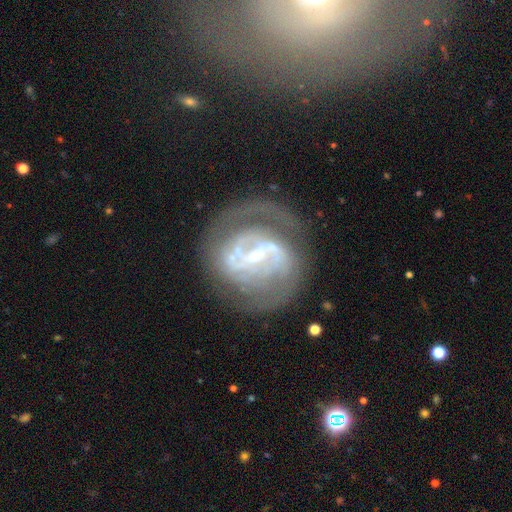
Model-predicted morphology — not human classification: featured or disk 85%, smooth 8%, star or artifact 7%. Down the decision tree: edge-on disk — no (97%); bar — weak (41%); spiral arms — yes (89%); spiral arm count — 2 (46%); spiral winding — tight (52%); bulge size — small (61%); merging — none (62%).